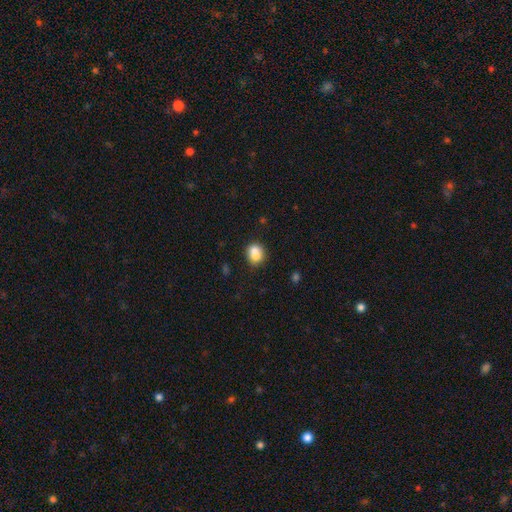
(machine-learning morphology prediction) Smooth or featured? smooth (78%)
How rounded? round (65%)
Merging? none (47%)